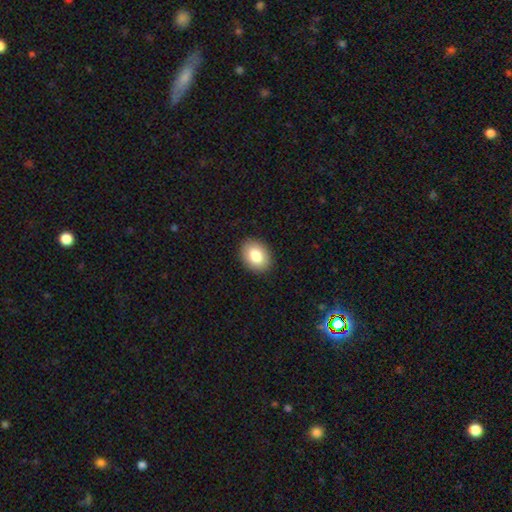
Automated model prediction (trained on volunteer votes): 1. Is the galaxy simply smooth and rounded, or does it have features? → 83% smooth, 9% featured or disk, 8% star or artifact.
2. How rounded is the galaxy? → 68% in between, 32% round, 1% cigar-shaped.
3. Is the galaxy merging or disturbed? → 90% none, 7% minor disturbance, 2% major disturbance, 1% merger.